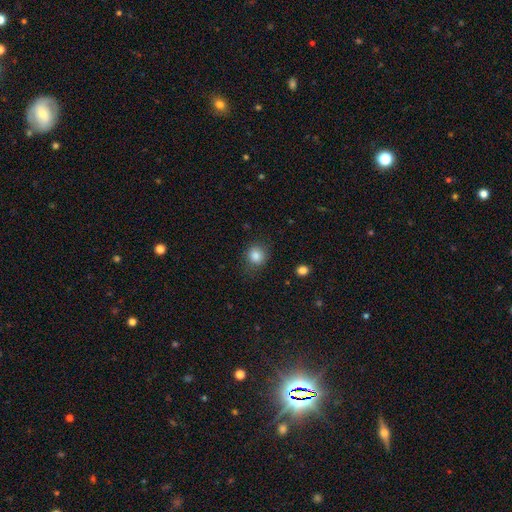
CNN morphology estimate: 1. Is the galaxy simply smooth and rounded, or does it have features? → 85% smooth, 11% star or artifact, 5% featured or disk.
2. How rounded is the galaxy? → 84% round, 15% in between, 1% cigar-shaped.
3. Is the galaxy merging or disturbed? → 80% none, 14% minor disturbance, 5% major disturbance, 1% merger.